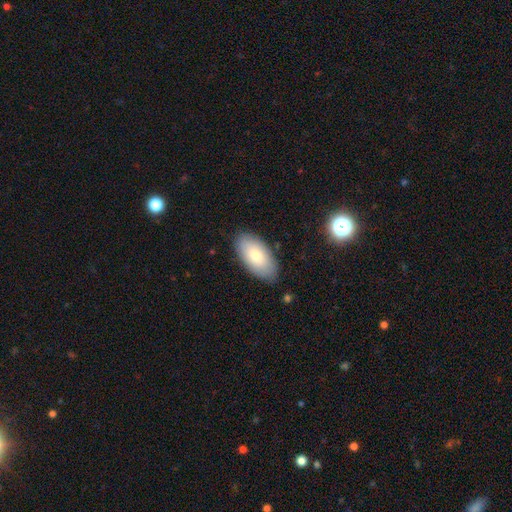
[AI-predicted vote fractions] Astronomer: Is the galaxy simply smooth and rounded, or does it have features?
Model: smooth — 78%.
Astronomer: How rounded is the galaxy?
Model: in between — 95%.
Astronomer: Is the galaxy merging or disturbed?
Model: none — 85%.